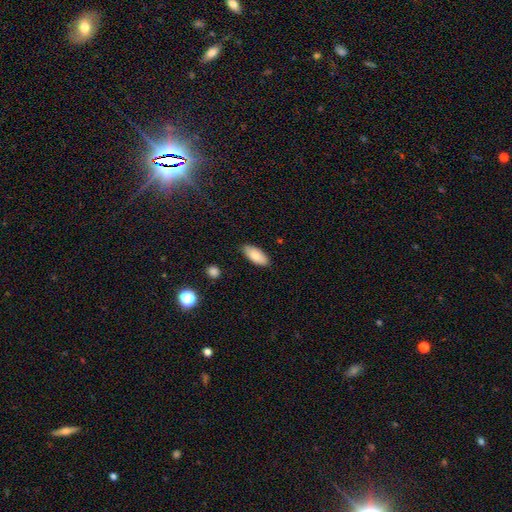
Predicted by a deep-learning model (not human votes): Smooth or featured? smooth (84%)
How rounded? in between (88%)
Merging? none (85%)